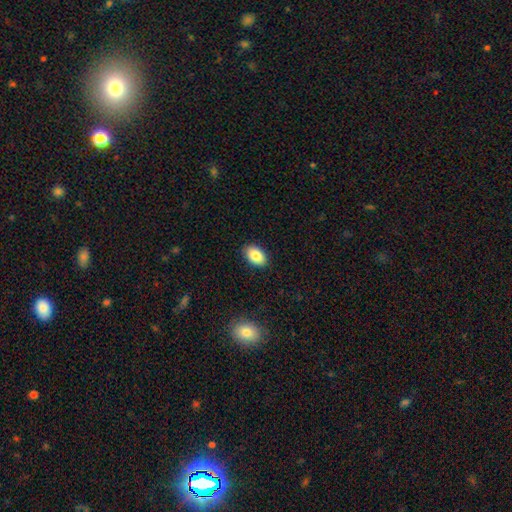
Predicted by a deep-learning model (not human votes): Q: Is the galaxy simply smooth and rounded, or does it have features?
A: smooth — 86%.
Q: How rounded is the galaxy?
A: in between — 89%.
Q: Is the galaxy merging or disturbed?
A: none — 89%.